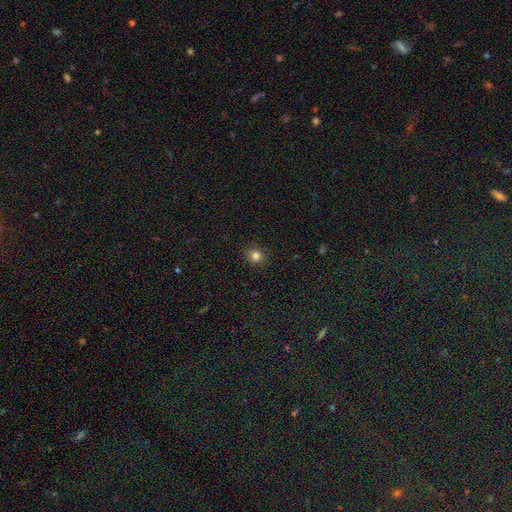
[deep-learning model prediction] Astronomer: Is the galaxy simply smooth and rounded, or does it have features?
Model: smooth — 82%.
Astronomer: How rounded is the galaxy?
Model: round — 86%.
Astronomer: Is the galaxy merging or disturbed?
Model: none — 91%.